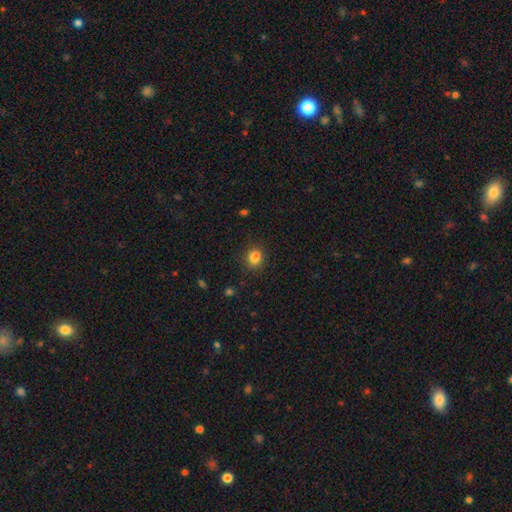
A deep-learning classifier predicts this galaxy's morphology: smooth-or-featured: smooth: 84% | star or artifact: 12% | featured or disk: 4%
  how-rounded: round: 72% | in between: 27% | cigar-shaped: 1%
  merging: none: 85% | minor disturbance: 10% | major disturbance: 3% | merger: 1%